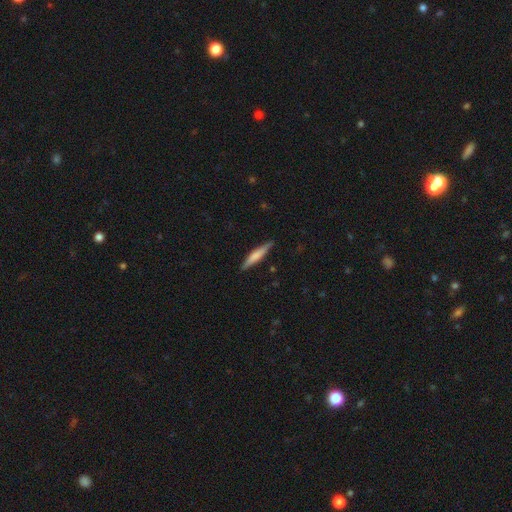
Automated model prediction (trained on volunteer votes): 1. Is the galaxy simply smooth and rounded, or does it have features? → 57% smooth, 37% featured or disk, 5% star or artifact.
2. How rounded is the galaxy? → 91% cigar-shaped, 8% in between, 1% round.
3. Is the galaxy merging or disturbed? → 88% none, 9% minor disturbance, 2% major disturbance, 1% merger.